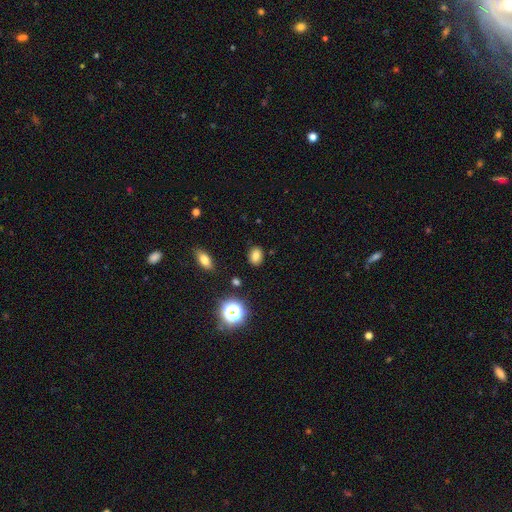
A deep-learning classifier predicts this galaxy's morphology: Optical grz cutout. It shows a smooth galaxy with no disk features (77%) that is in between round and cigar-shaped (65%). Merging: none (87%).